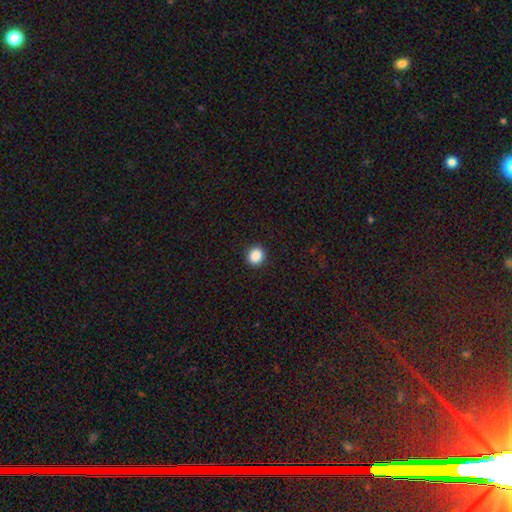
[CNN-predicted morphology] type=smooth (88%); roundness=round (82%); merging=none (91%).